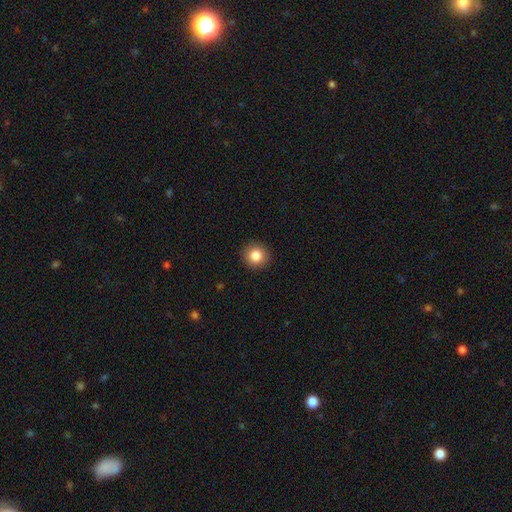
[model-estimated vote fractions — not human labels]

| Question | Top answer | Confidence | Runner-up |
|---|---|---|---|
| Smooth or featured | smooth | 84% | star or artifact (10%) |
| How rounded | round | 94% | in between (5%) |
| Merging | none | 92% | minor disturbance (5%) |